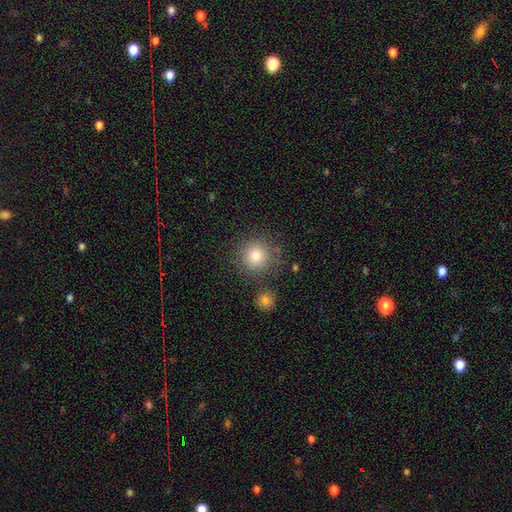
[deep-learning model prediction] Smooth or featured: smooth — 84% (star or artifact — 10%)
How rounded: round — 93% (in between — 6%)
Merging: none — 79% (minor disturbance — 10%)